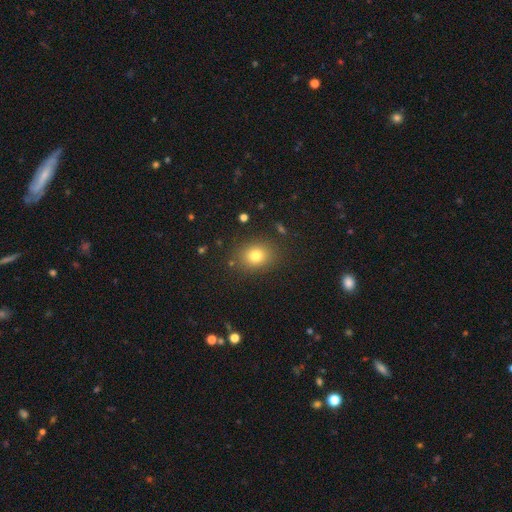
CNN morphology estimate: Smooth or featured? Predicted: smooth (p=0.78). How rounded? Predicted: round (p=0.57). Merging? Predicted: none (p=0.85).